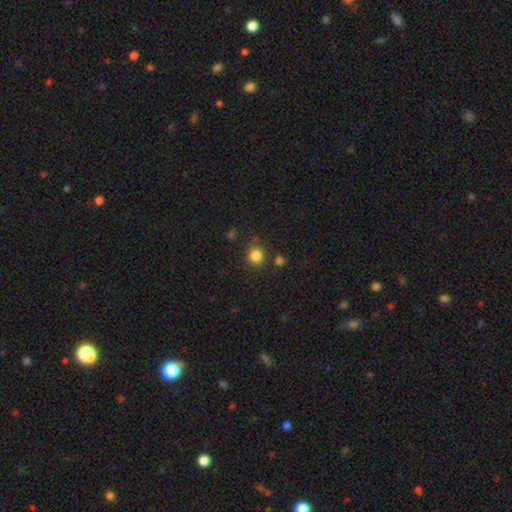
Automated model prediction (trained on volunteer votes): A smooth galaxy with no disk features (84%) that is round (91%).

Vote fractions:
- Smooth or featured? smooth: 84% / star or artifact: 12% / featured or disk: 4%
- How rounded? round: 91% / in between: 8% / cigar-shaped: 1%
- Merging? none: 84% / minor disturbance: 8% / merger: 5% / major disturbance: 3%